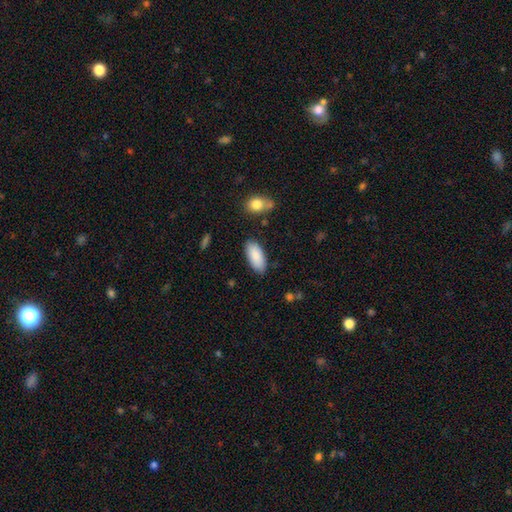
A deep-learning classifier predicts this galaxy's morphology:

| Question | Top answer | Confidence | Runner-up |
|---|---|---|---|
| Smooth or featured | smooth | 88% | featured or disk (7%) |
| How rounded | in between | 90% | cigar-shaped (9%) |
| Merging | none | 83% | minor disturbance (12%) |